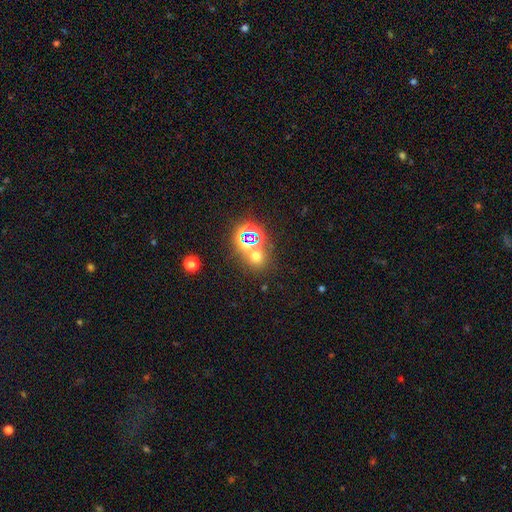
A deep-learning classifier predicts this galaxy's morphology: Smooth or featured: smooth — 49% (star or artifact — 42%)
Merging: none — 66% (merger — 21%)